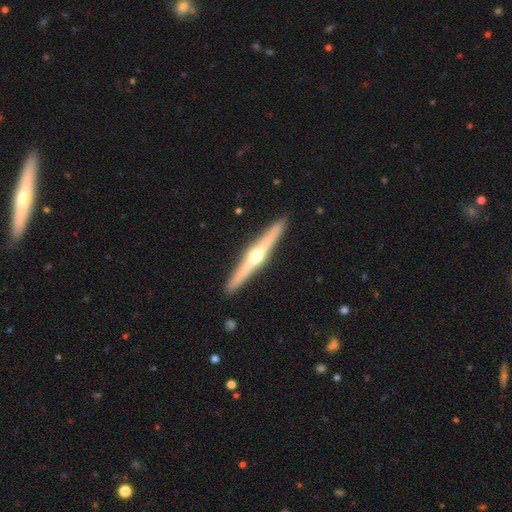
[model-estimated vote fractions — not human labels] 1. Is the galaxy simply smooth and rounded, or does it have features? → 76% featured or disk, 19% smooth, 5% star or artifact.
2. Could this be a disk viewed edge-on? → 98% yes, 2% no.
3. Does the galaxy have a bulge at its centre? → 95% rounded, 3% none, 2% boxy.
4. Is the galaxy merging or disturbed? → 92% none, 6% minor disturbance, 1% major disturbance, 1% merger.